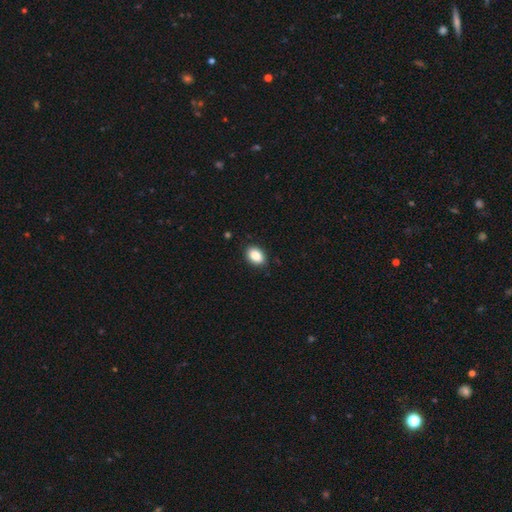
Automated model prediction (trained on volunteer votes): Q: Smooth or featured?
A: smooth (88%); runner-up: star or artifact (8%)
Q: How rounded?
A: in between (83%); runner-up: round (16%)
Q: Merging?
A: none (88%); runner-up: minor disturbance (9%)